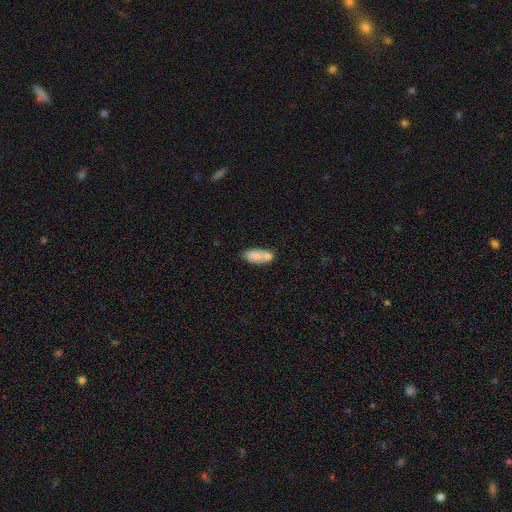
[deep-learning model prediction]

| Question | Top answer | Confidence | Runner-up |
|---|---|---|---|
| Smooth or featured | smooth | 77% | featured or disk (16%) |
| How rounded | in between | 83% | cigar-shaped (14%) |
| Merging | none | 50% | merger (28%) |